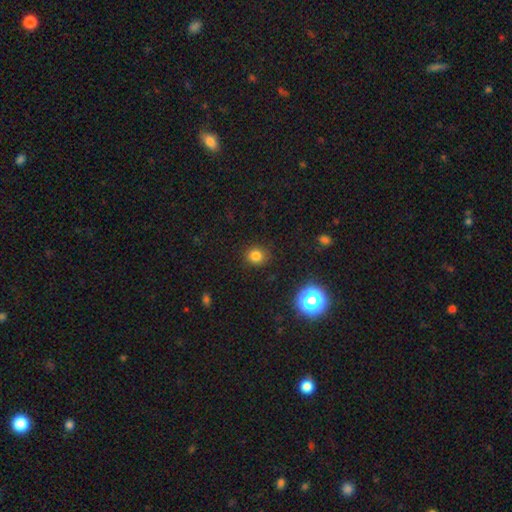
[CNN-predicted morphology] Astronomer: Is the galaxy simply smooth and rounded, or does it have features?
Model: smooth — 80%.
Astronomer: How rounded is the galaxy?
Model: round — 83%.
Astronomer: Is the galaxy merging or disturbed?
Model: none — 87%.